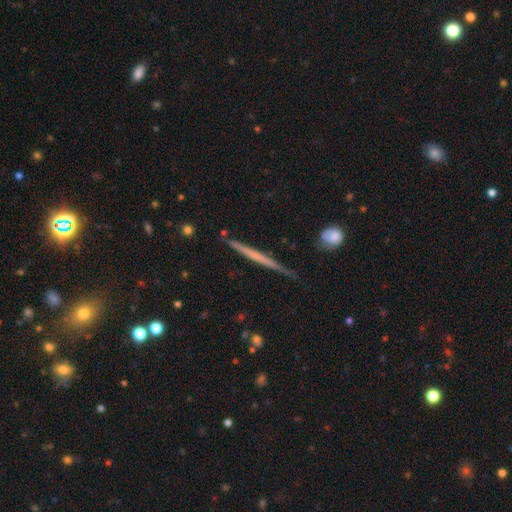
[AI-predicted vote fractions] The model was most divided on "smooth or featured": featured or disk: 56%, smooth: 39%, star or artifact: 6%. More confident: edge-on disk — yes (97%); edge-on bulge — none (88%); merging — none (87%).